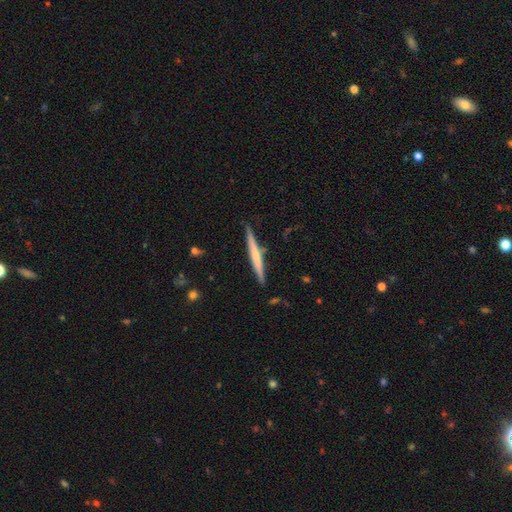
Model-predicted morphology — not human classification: Q: Smooth or featured?
A: featured or disk (52%); runner-up: smooth (43%)
Q: Edge-on disk?
A: yes (97%); runner-up: no (3%)
Q: Edge-on bulge?
A: none (60%); runner-up: rounded (31%)
Q: Merging?
A: none (86%); runner-up: minor disturbance (10%)